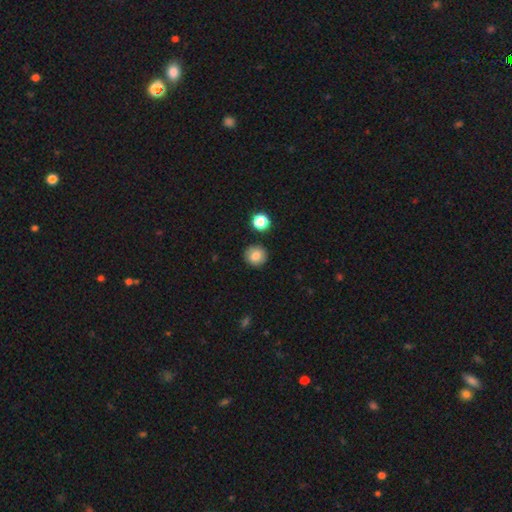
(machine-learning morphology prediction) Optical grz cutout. It shows a smooth galaxy with no disk features (82%) that is round (92%). Merging: none (89%).